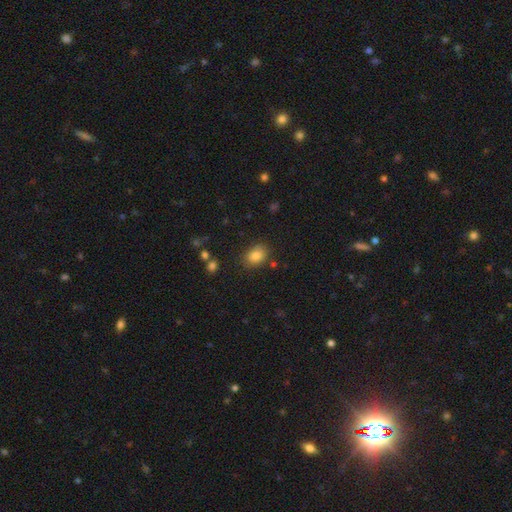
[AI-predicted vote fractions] smooth 85%, star or artifact 10%, featured or disk 5%. Down the decision tree: how rounded — in between (65%); merging — none (79%).